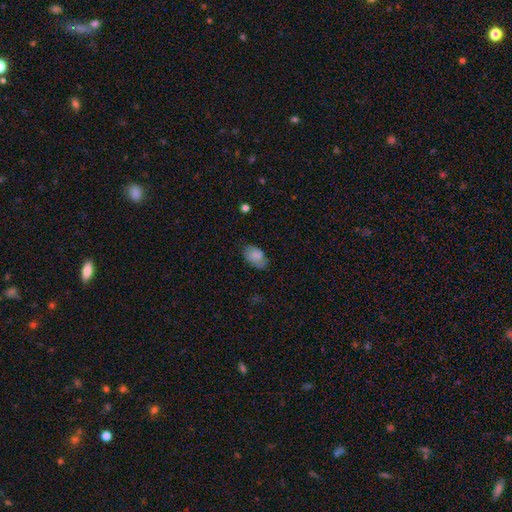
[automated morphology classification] type=smooth (84%); roundness=in between (91%); merging=none (72%).